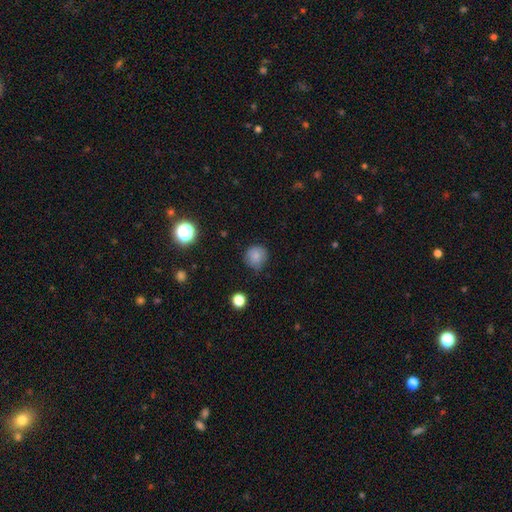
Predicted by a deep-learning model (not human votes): A smooth galaxy with no disk features (82%) that is round (90%). Merging: none (75%).